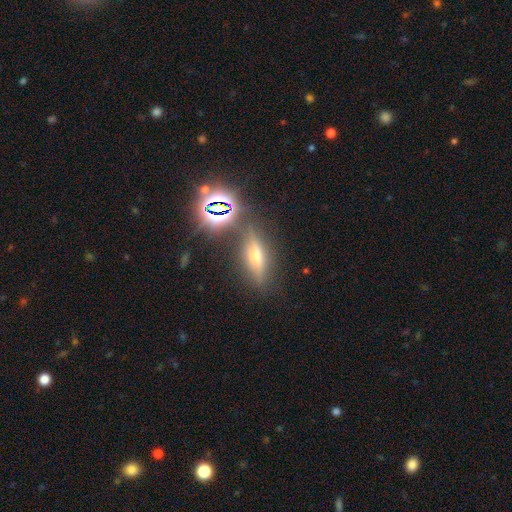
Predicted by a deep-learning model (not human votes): Smooth or featured? featured or disk (39%)
Merging? none (77%)